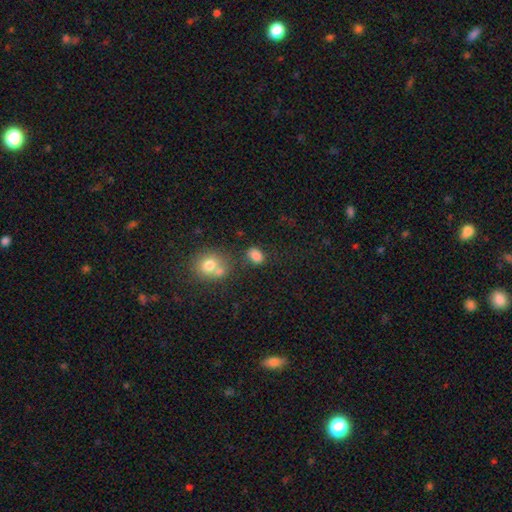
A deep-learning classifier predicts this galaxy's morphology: The model was most divided on "merging": none: 68%, minor disturbance: 16%, merger: 11%, major disturbance: 6%. More confident: smooth or featured — smooth (83%); how rounded — in between (77%).